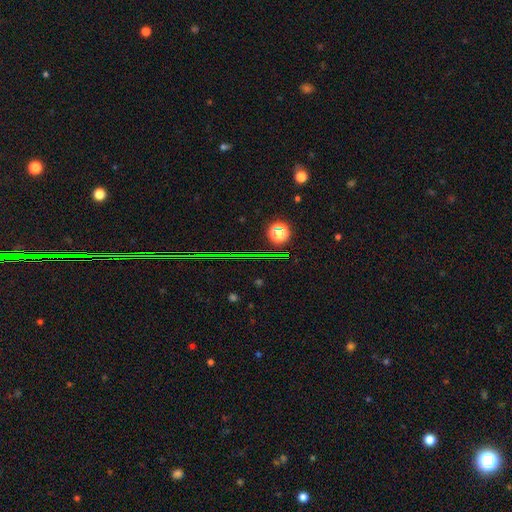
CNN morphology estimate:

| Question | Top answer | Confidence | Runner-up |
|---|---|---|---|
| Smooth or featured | star or artifact | 81% | smooth (10%) |